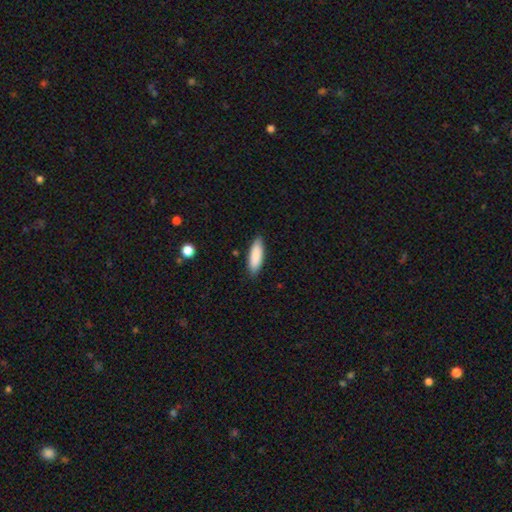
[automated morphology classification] Smooth or featured? smooth (88%)
How rounded? in between (55%)
Merging? none (86%)